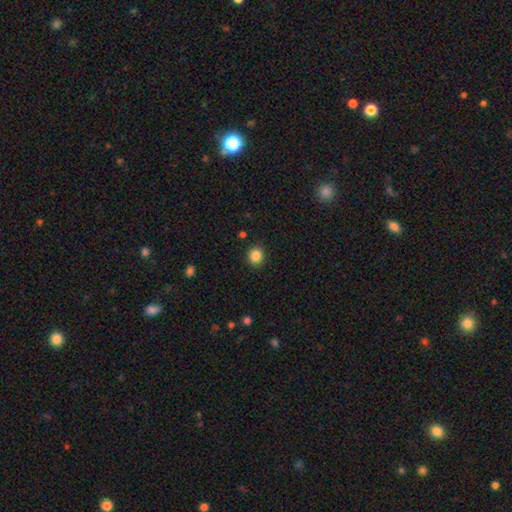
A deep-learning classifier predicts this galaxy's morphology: Smooth or featured? Predicted: smooth (p=0.86). How rounded? Predicted: round (p=0.86). Merging? Predicted: none (p=0.90).